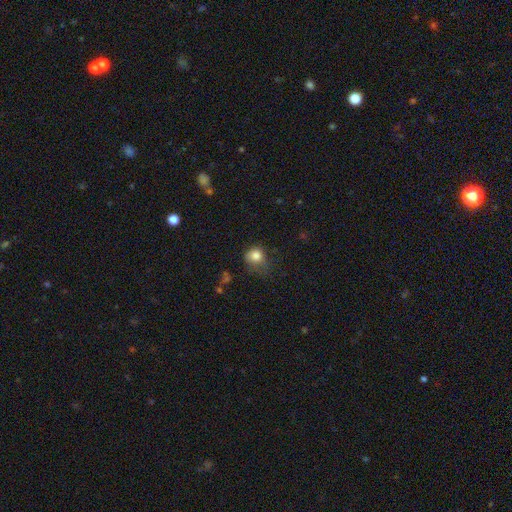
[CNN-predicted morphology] type=smooth (81%); roundness=round (71%); merging=none (43%).